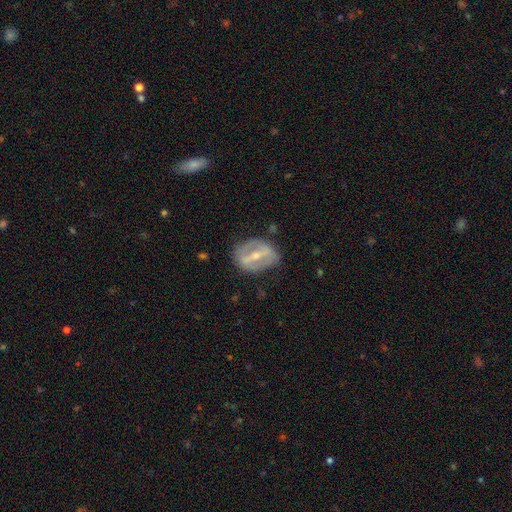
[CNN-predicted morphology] A featured or disk galaxy (73%) with a strong bar (72%), no spiral arms (67%) and a small central bulge (49%).

Vote fractions:
- Smooth or featured? featured or disk: 73% / smooth: 21% / star or artifact: 6%
- Edge-on disk? no: 90% / yes: 10%
- Bar? strong: 72% / weak: 20% / no: 8%
- Spiral arms? no: 67% / yes: 33%
- Bulge size? small: 49% / moderate: 46% / none: 2% / large: 2% / dominant: 1%
- Merging? none: 72% / minor disturbance: 18% / major disturbance: 8% / merger: 2%